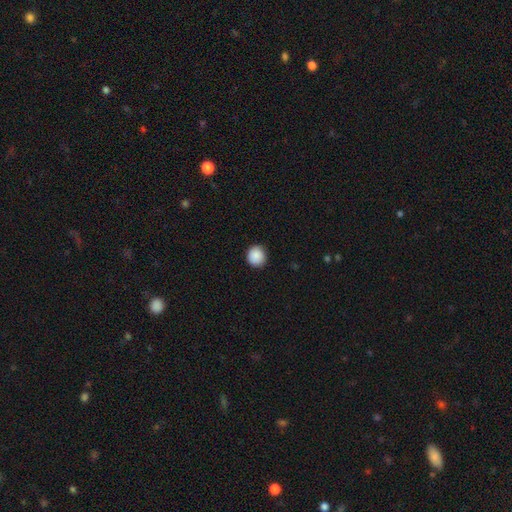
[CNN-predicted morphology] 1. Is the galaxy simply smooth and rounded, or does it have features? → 89% smooth, 8% star or artifact, 3% featured or disk.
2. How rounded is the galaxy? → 90% round, 9% in between, 1% cigar-shaped.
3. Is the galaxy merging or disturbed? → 90% none, 7% minor disturbance, 2% major disturbance, 1% merger.